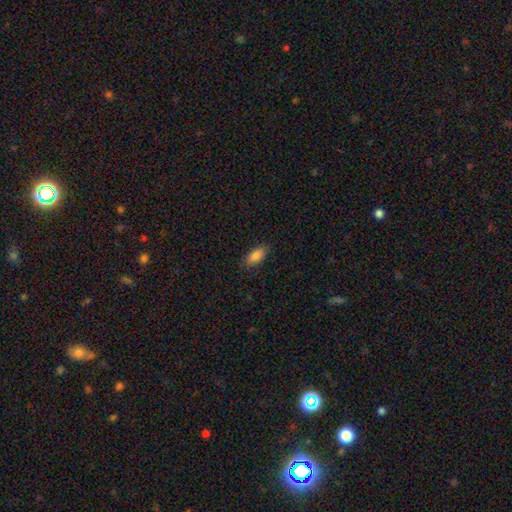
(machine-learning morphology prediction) Smooth or featured?
  - smooth: 88% *
  - star or artifact: 7%
  - featured or disk: 6%
How rounded?
  - in between: 87% *
  - cigar-shaped: 11%
  - round: 2%
Merging?
  - none: 85% *
  - minor disturbance: 11%
  - major disturbance: 2%
  - merger: 1%